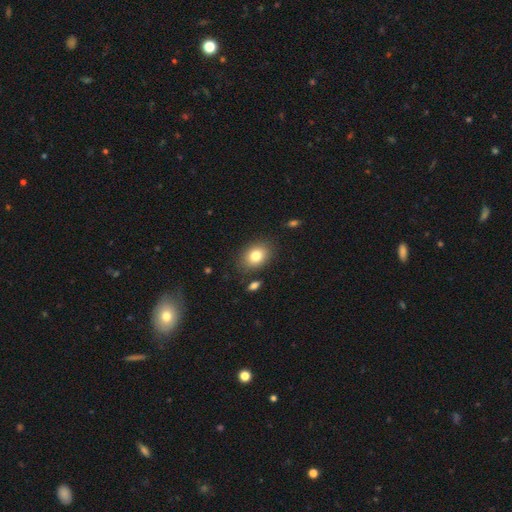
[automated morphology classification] smooth 81%, featured or disk 10%, star or artifact 9%. Down the decision tree: how rounded — in between (66%); merging — none (83%).